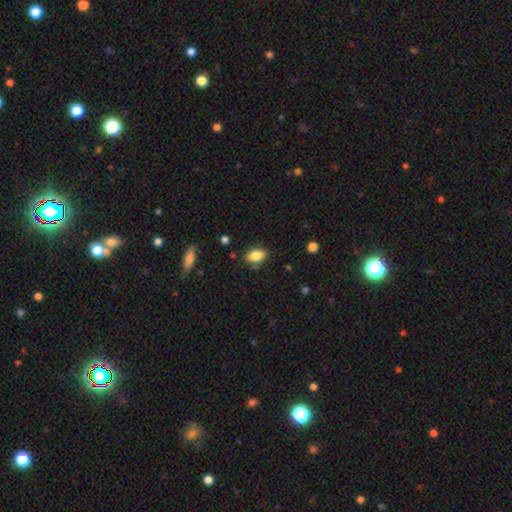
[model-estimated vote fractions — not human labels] A smooth galaxy with no disk features (83%) that is in between round and cigar-shaped (88%).

Vote fractions:
- Smooth or featured? smooth: 83% / star or artifact: 8% / featured or disk: 8%
- How rounded? in between: 88% / round: 9% / cigar-shaped: 3%
- Merging? none: 83% / minor disturbance: 12% / major disturbance: 3% / merger: 2%